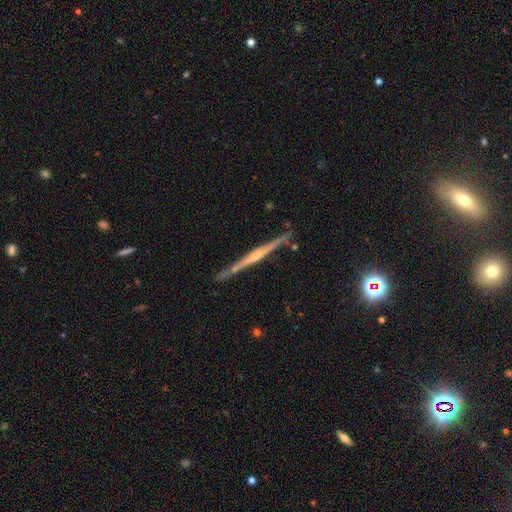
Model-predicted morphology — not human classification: Smooth or featured? featured or disk (76%)
Edge-on disk? yes (98%)
Edge-on bulge? rounded (44%)
Merging? none (86%)